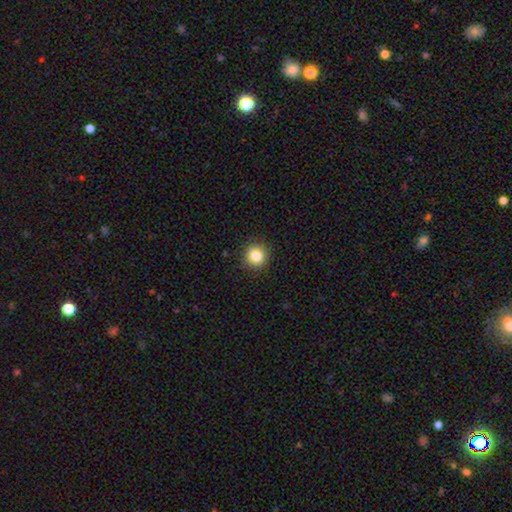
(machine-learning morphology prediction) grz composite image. It shows a smooth galaxy with no disk features (84%) that is round (93%). Merging: none (91%).